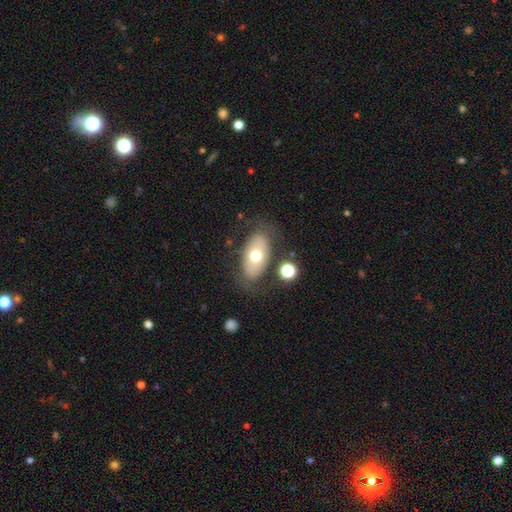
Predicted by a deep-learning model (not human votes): smooth_or_featured: smooth (p=0.61) [alt: featured or disk p=0.30]
how_rounded: in between (p=0.91) [alt: round p=0.07]
merging: none (p=0.73) [alt: minor disturbance p=0.15]